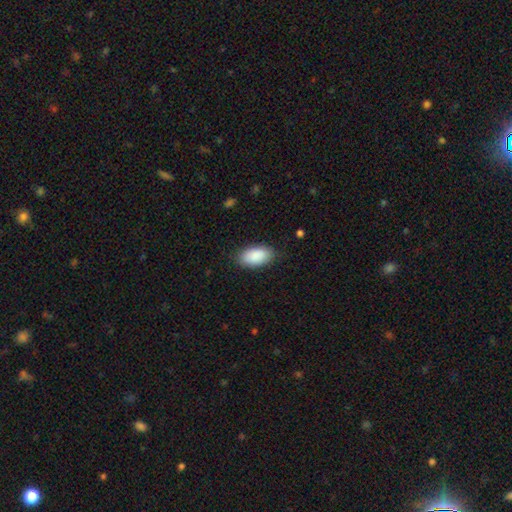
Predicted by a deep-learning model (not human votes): smooth_or_featured: smooth (p=0.90) [alt: star or artifact p=0.06]
how_rounded: in between (p=0.95) [alt: round p=0.03]
merging: none (p=0.84) [alt: minor disturbance p=0.12]